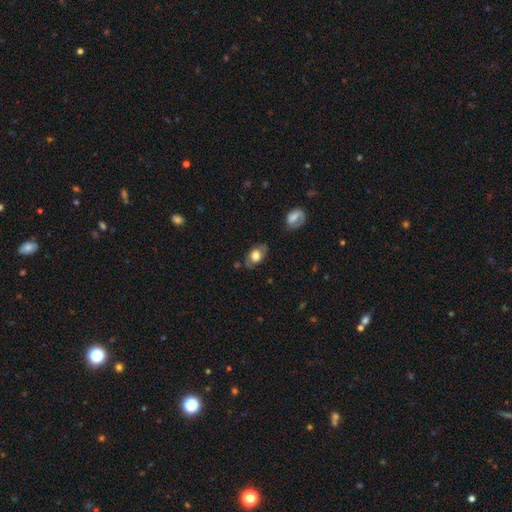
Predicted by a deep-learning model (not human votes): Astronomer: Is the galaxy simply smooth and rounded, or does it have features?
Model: smooth — 59%.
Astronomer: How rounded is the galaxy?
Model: in between — 84%.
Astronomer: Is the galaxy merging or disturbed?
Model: none — 70%.